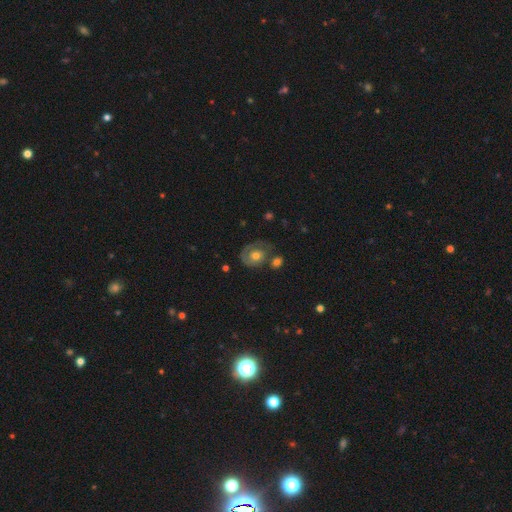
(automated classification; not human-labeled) Smooth or featured? featured or disk (58%)
Edge-on disk? no (97%)
Bar? no (81%)
Spiral arms? yes (74%)
Bulge size? moderate (68%)
Merging? none (52%)